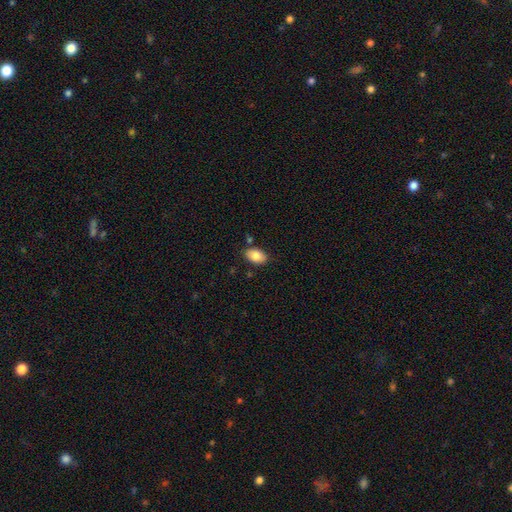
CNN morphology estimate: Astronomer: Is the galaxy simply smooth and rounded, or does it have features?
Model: smooth — 85%.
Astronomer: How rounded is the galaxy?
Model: in between — 91%.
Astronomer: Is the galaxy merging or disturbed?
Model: none — 82%.